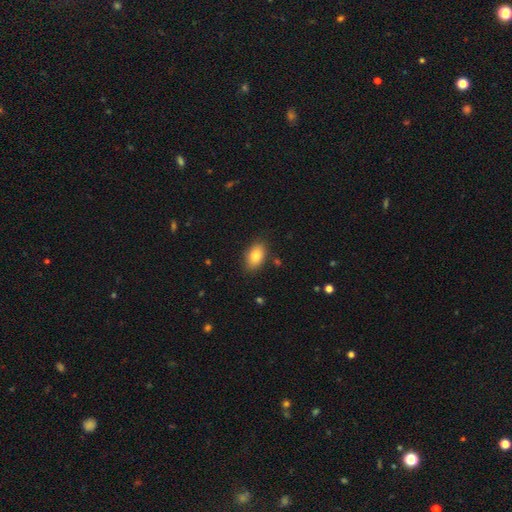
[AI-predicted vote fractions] smooth_or_featured: smooth (p=0.83) [alt: featured or disk p=0.10]
how_rounded: in between (p=0.90) [alt: round p=0.09]
merging: none (p=0.85) [alt: minor disturbance p=0.11]